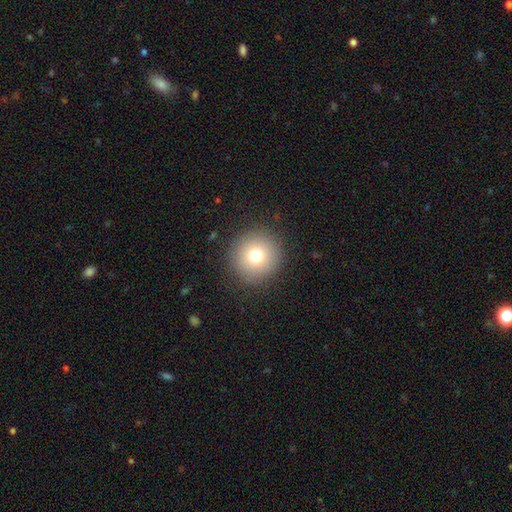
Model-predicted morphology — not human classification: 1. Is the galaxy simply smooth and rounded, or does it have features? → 76% smooth, 12% star or artifact, 12% featured or disk.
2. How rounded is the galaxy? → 95% round, 4% in between, 1% cigar-shaped.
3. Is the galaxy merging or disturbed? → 90% none, 6% minor disturbance, 3% major disturbance, 1% merger.